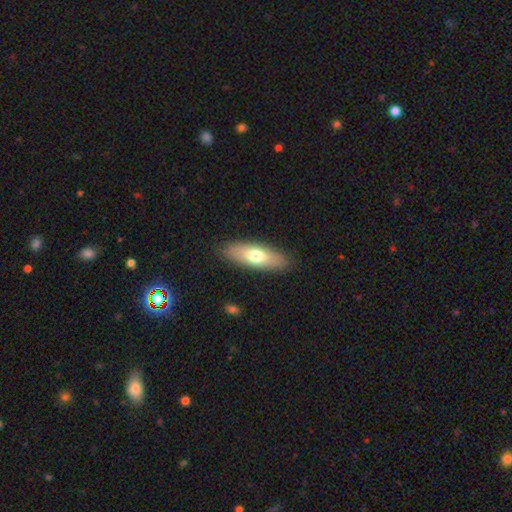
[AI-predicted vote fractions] Smooth or featured?
  - smooth: 66% *
  - featured or disk: 28%
  - star or artifact: 6%
How rounded?
  - in between: 63% *
  - cigar-shaped: 35%
  - round: 2%
Merging?
  - none: 87% *
  - minor disturbance: 9%
  - major disturbance: 2%
  - merger: 1%